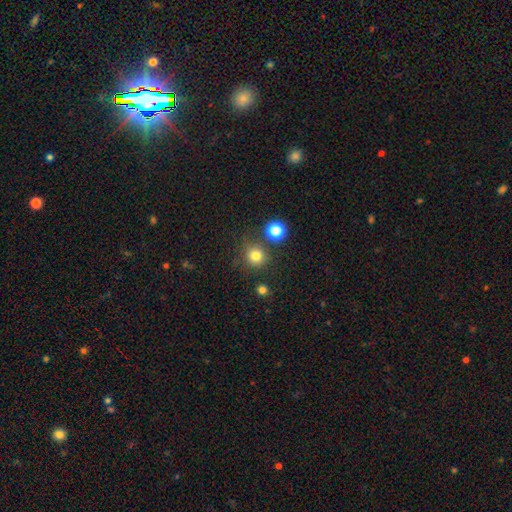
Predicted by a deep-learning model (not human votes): smooth 79%, star or artifact 15%, featured or disk 6%. Down the decision tree: how rounded — round (92%); merging — none (80%).